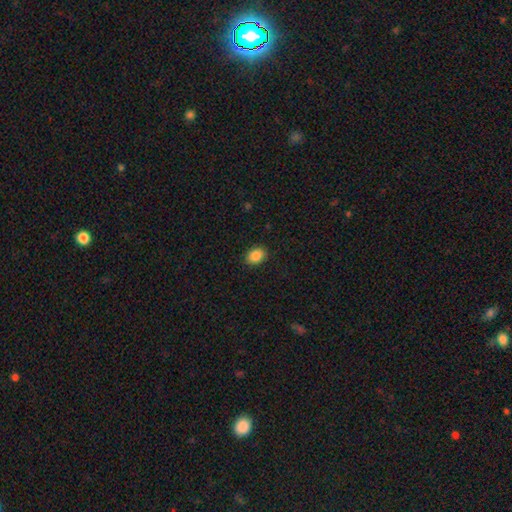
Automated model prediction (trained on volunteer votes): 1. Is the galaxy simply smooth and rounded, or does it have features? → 87% smooth, 9% star or artifact, 5% featured or disk.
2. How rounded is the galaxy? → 67% in between, 32% round, 1% cigar-shaped.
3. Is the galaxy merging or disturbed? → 89% none, 8% minor disturbance, 2% major disturbance, 1% merger.